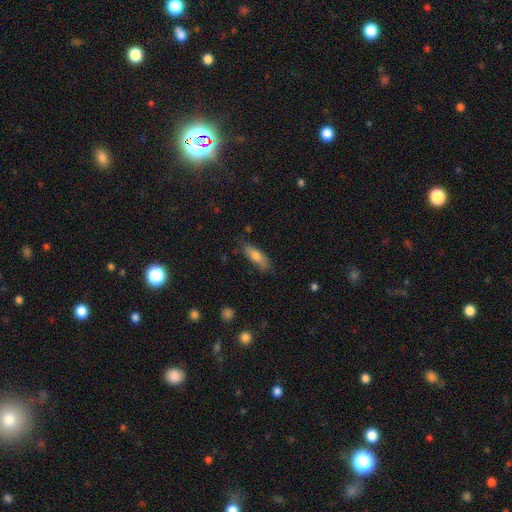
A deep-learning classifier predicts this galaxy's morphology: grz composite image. It shows a smooth galaxy with no disk features (76%) that is in between round and cigar-shaped (57%). Merging: none (76%).